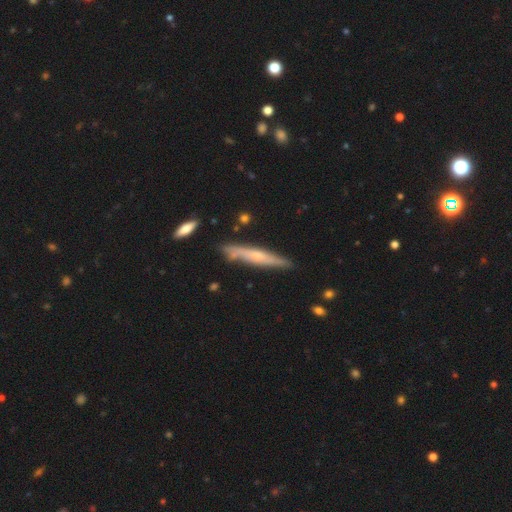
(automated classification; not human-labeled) Smooth or featured? Predicted: featured or disk (p=0.55). Edge-on disk? Predicted: yes (p=0.86). Merging? Predicted: none (p=0.77).